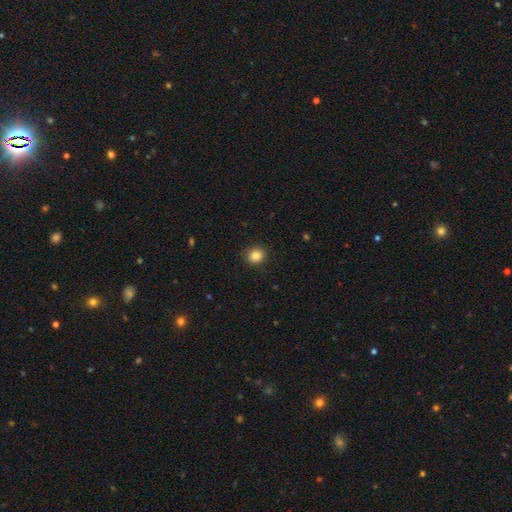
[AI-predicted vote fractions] smooth 86%, star or artifact 10%, featured or disk 4%. Down the decision tree: how rounded — round (83%); merging — none (90%).